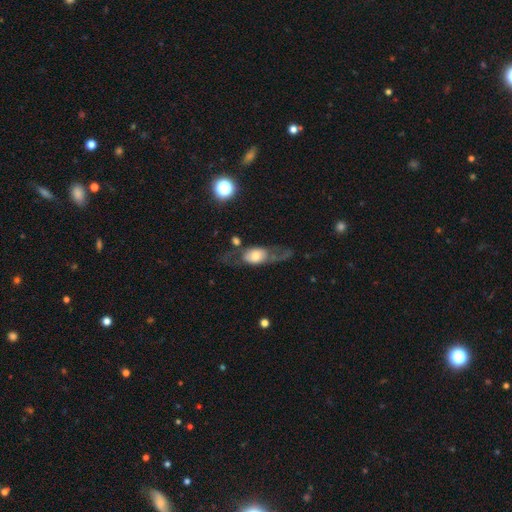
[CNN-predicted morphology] A featured or disk galaxy (52%).

Vote fractions:
- Smooth or featured? featured or disk: 52% / smooth: 40% / star or artifact: 7%
- Edge-on disk? no: 66% / yes: 34%
- Merging? none: 45% / major disturbance: 29% / minor disturbance: 20% / merger: 6%